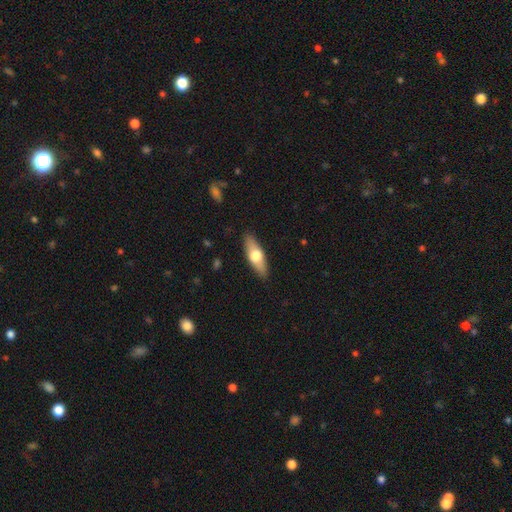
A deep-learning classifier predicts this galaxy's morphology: Overall: smooth (55%; featured or disk 39%). How rounded: in between (57%; cigar-shaped 40%). Merging: none (88%).